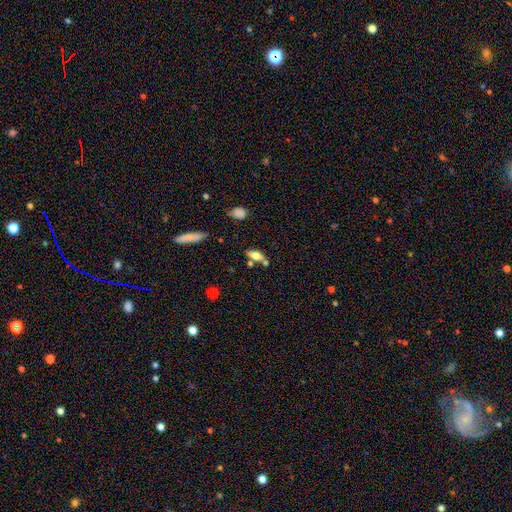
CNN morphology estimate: Smooth or featured? smooth (59%)
How rounded? in between (68%)
Merging? none (61%)